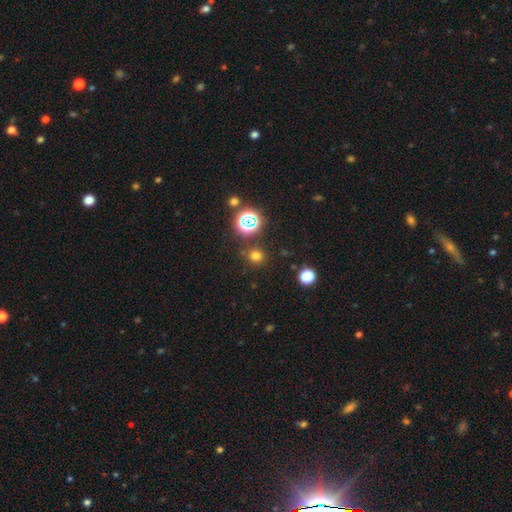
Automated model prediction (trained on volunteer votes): smooth_or_featured: smooth (p=0.72) [alt: star or artifact p=0.23]
how_rounded: round (p=0.89) [alt: in between p=0.10]
merging: none (p=0.85) [alt: minor disturbance p=0.08]